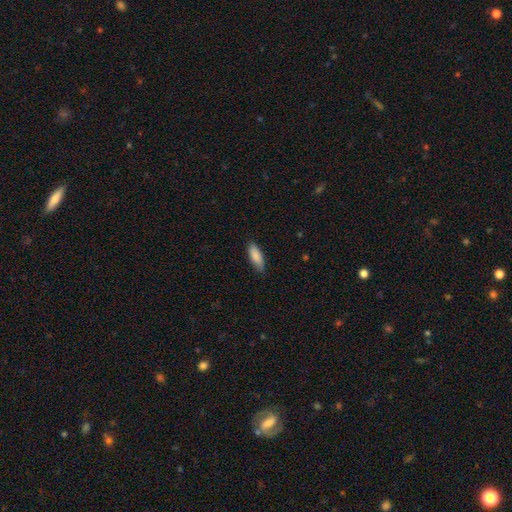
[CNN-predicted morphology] smooth 87%, featured or disk 7%, star or artifact 6%. Down the decision tree: how rounded — in between (63%); merging — none (85%).